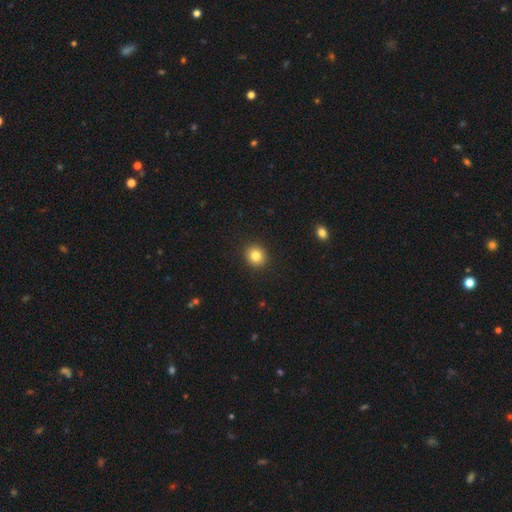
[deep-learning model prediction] Overall: smooth (83%). How rounded: round (84%). Merging: none (92%).